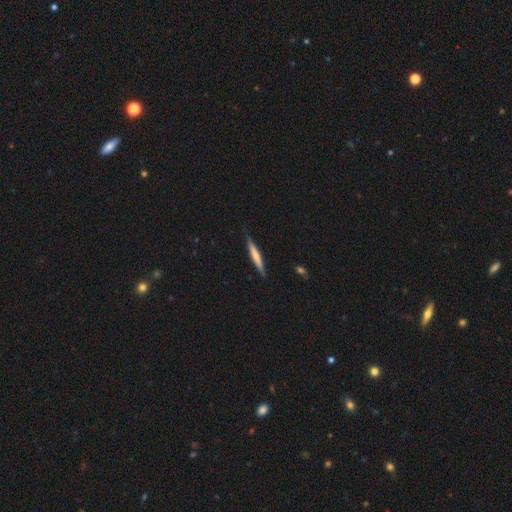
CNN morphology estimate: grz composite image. It shows a smooth galaxy with no disk features (55%) that is cigar-shaped (94%). Merging: none (85%).